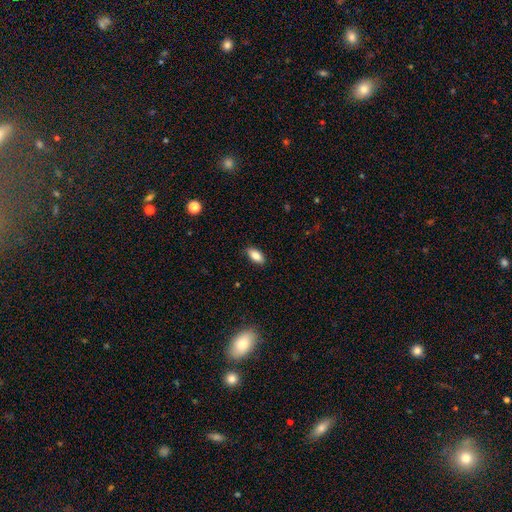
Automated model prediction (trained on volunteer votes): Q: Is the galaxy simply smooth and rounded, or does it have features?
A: smooth — 84%.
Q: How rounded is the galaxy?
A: in between — 88%.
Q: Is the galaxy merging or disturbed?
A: none — 85%.